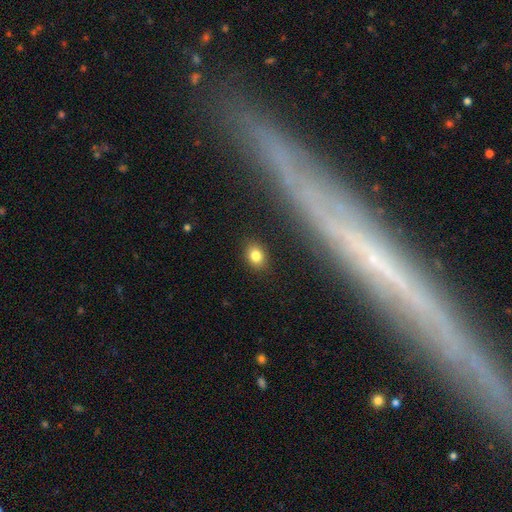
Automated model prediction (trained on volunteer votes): smooth_or_featured: smooth (p=0.80) [alt: star or artifact p=0.12]
how_rounded: in between (p=0.61) [alt: round p=0.38]
merging: none (p=0.87) [alt: minor disturbance p=0.09]